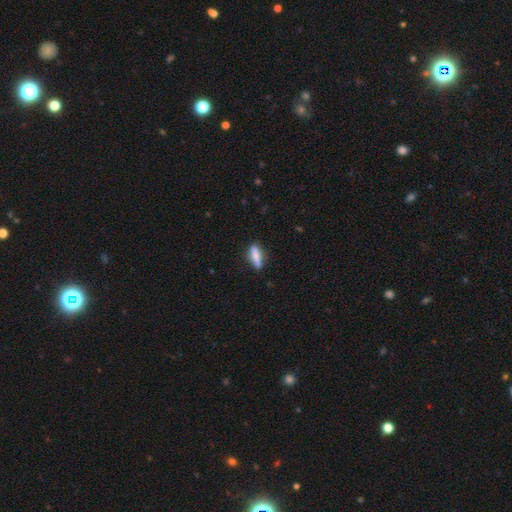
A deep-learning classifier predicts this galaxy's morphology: Smooth or featured? smooth (73%)
How rounded? cigar-shaped (59%)
Merging? none (80%)